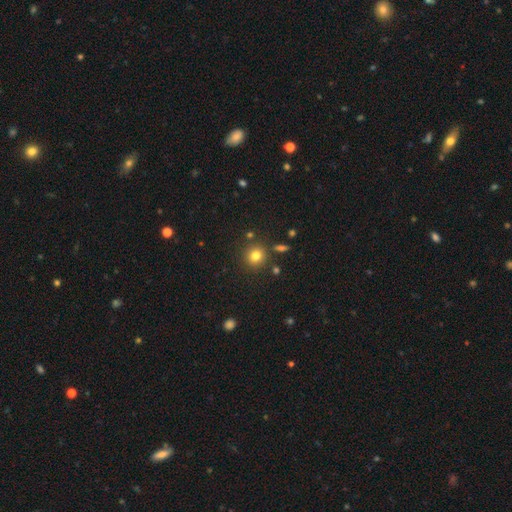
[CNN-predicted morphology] Smooth or featured: smooth — 79% (star or artifact — 13%)
How rounded: round — 88% (in between — 11%)
Merging: none — 85% (minor disturbance — 8%)